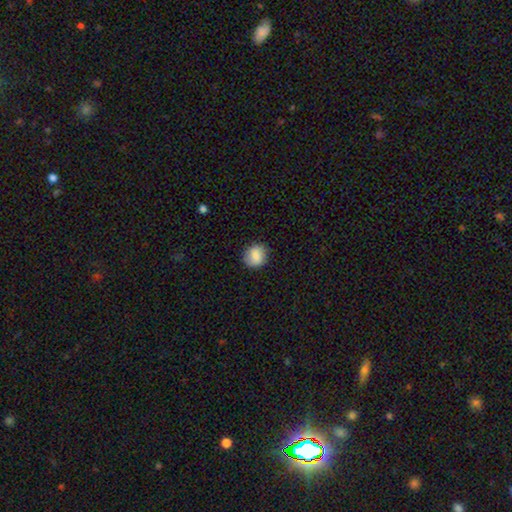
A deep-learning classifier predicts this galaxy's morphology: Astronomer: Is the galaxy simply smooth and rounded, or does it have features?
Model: smooth — 83%.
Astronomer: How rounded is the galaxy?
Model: round — 79%.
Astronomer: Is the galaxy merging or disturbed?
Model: none — 84%.